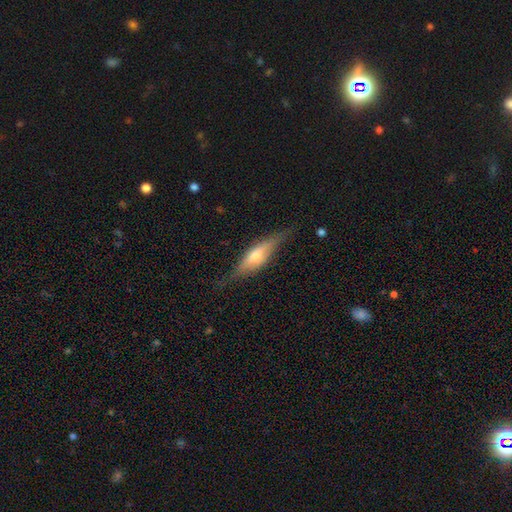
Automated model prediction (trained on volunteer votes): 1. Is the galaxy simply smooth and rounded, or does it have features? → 62% featured or disk, 32% smooth, 7% star or artifact.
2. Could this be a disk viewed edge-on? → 92% yes, 8% no.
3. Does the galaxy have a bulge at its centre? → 81% rounded, 13% boxy, 7% none.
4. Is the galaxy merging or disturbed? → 77% none, 16% minor disturbance, 5% major disturbance, 1% merger.